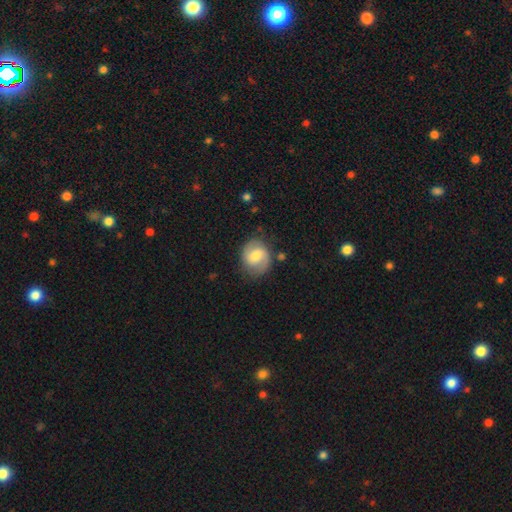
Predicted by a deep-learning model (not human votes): Smooth or featured? featured or disk (50%)
Edge-on disk? no (97%)
Merging? none (75%)